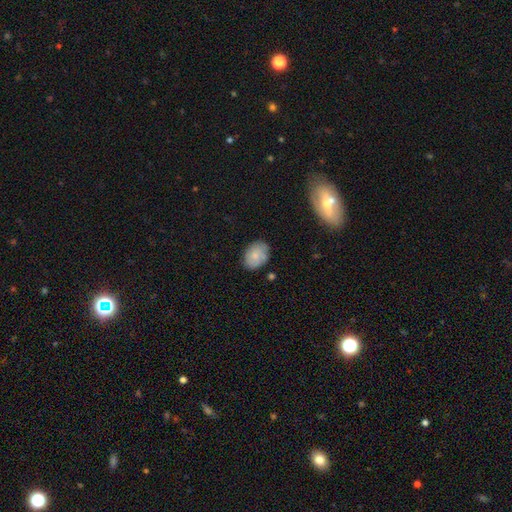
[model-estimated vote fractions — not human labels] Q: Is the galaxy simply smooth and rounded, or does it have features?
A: smooth — 71%.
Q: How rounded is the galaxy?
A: in between — 74%.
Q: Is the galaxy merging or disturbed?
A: none — 76%.